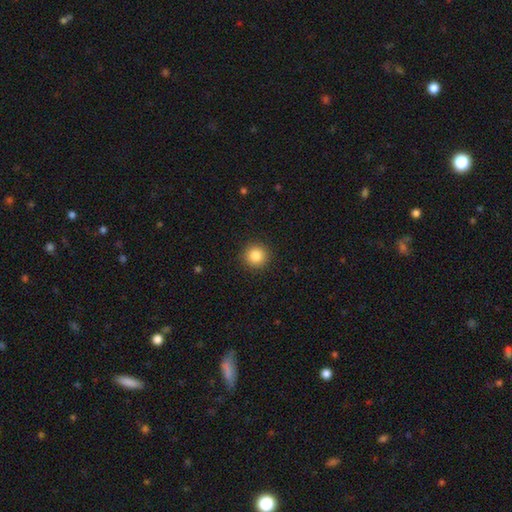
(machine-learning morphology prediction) A smooth galaxy with no disk features (85%) that is round (95%). Merging: none (92%).